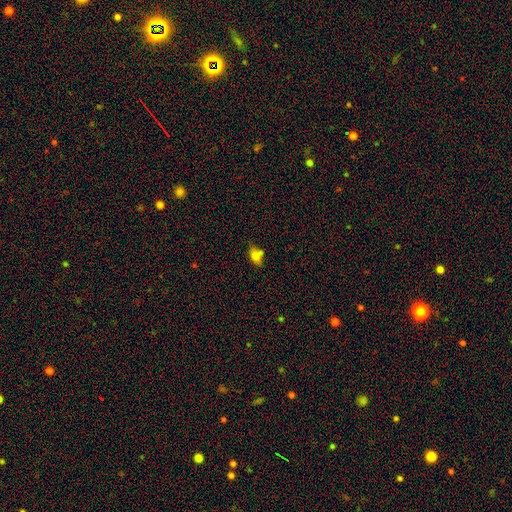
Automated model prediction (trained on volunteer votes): Smooth or featured? Predicted: smooth (p=0.74). How rounded? Predicted: in between (p=0.80). Merging? Predicted: none (p=0.60).